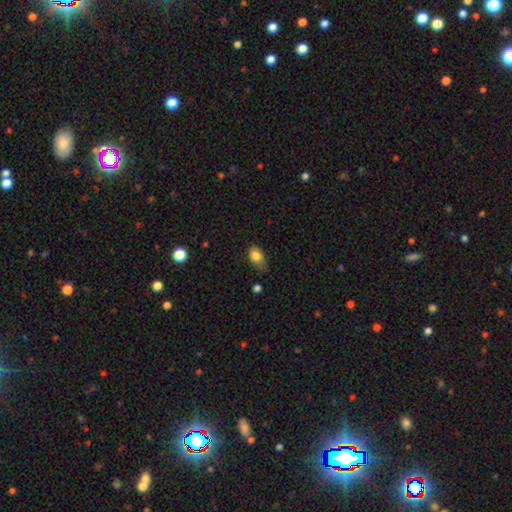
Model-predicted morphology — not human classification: A smooth galaxy with no disk features (83%) that is in between round and cigar-shaped (79%). Merging: none (43%).